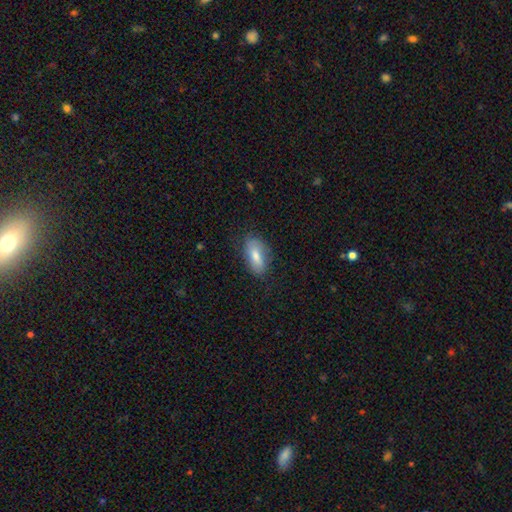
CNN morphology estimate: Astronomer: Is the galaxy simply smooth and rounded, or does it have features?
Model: smooth — 72%.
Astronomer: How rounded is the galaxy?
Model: in between — 85%.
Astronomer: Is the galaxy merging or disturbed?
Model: none — 75%.